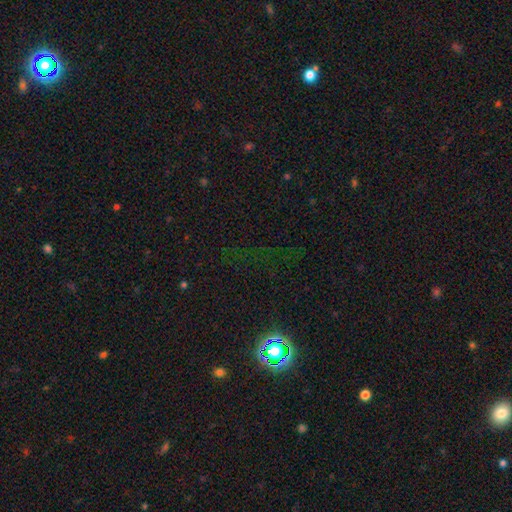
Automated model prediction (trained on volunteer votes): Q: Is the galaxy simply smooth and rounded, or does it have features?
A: star or artifact — 77%.